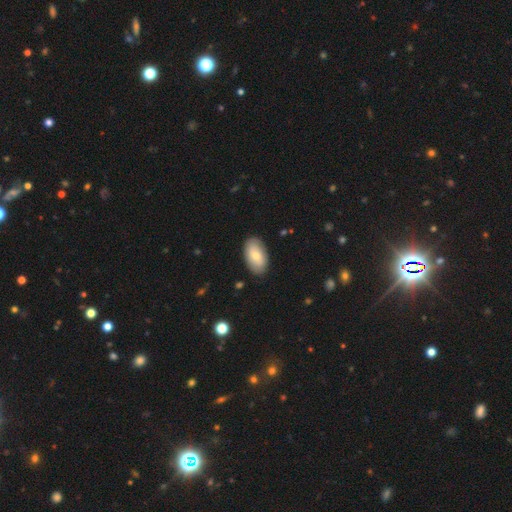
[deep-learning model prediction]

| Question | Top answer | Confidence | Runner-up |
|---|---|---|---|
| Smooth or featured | smooth | 72% | featured or disk (22%) |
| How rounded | in between | 95% | round (4%) |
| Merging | none | 85% | minor disturbance (11%) |